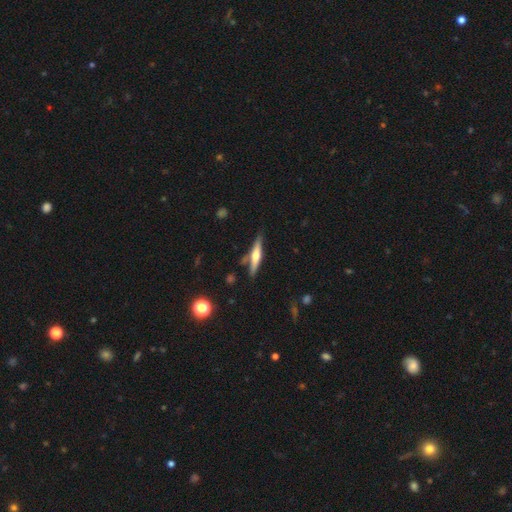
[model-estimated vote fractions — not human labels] Smooth or featured? featured or disk (59%)
Edge-on disk? yes (96%)
Edge-on bulge? rounded (87%)
Merging? none (80%)